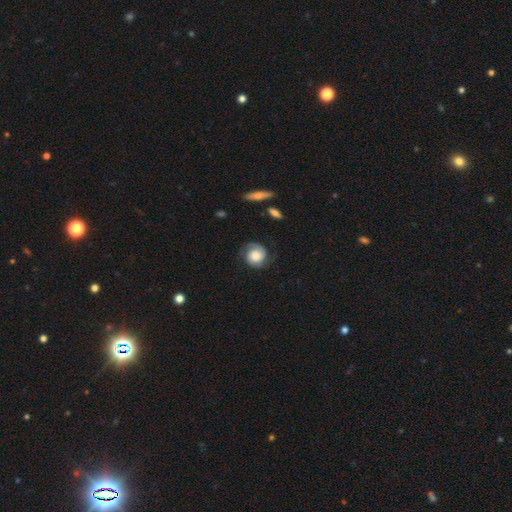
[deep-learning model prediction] Morphology: type=featured or disk (56%); edge-on=no (97%); bar=no (73%); spiral arms=yes (92%); bulge=large (45%); merging=none (71%).